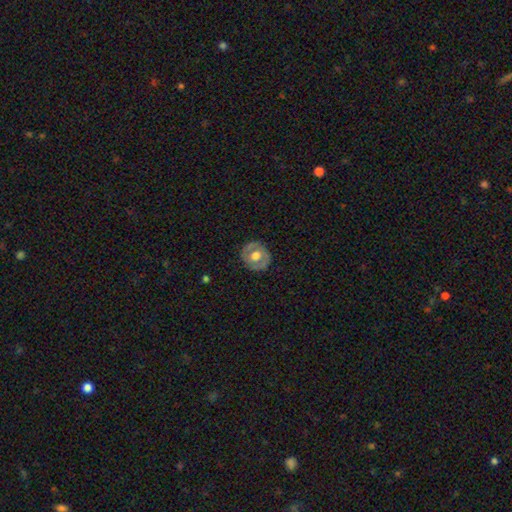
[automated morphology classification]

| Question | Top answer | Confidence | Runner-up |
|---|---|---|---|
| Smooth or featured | featured or disk | 50% | smooth (44%) |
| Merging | none | 83% | minor disturbance (12%) |